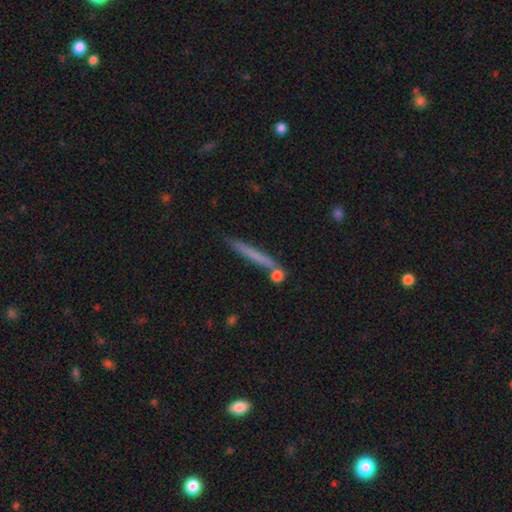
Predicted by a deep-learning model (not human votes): A smooth galaxy with no disk features (61%) that is cigar-shaped (96%).

Vote fractions:
- Smooth or featured? smooth: 61% / featured or disk: 32% / star or artifact: 8%
- How rounded? cigar-shaped: 96% / in between: 3% / round: 2%
- Merging? none: 79% / minor disturbance: 11% / merger: 7% / major disturbance: 3%